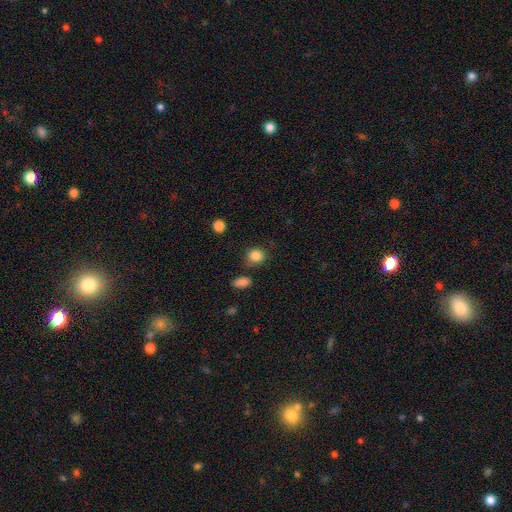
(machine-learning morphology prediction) Smooth or featured: smooth — 85% (star or artifact — 10%)
How rounded: round — 75% (in between — 24%)
Merging: none — 72% (minor disturbance — 16%)